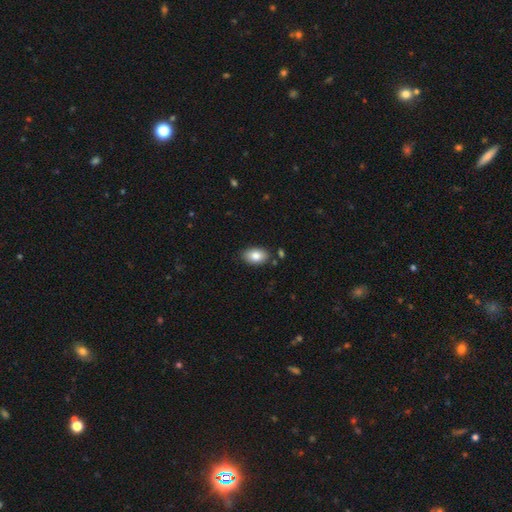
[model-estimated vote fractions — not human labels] This is clearly a smooth galaxy (84%). How rounded: clearly in between (90%). Merging: clearly none (83%).